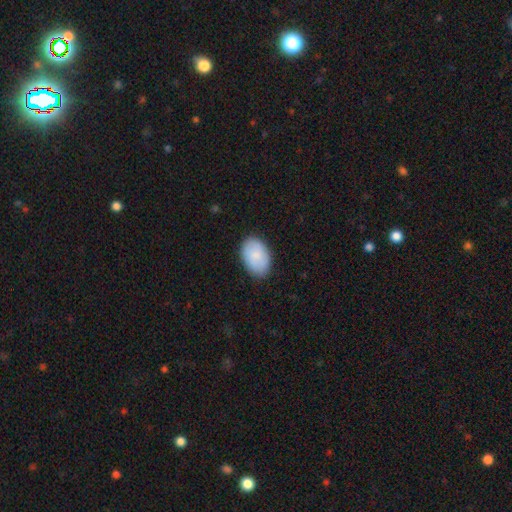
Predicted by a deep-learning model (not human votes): smooth-or-featured: smooth: 84% | featured or disk: 10% | star or artifact: 6%
  how-rounded: in between: 88% | round: 11% | cigar-shaped: 1%
  merging: none: 83% | minor disturbance: 13% | major disturbance: 3% | merger: 1%